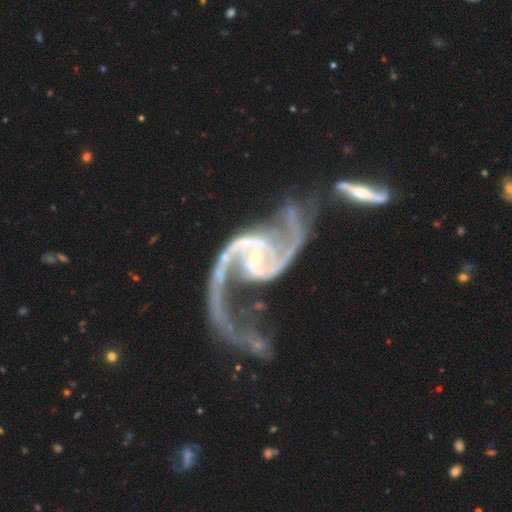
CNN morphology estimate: The model was most divided on "bar" (2-way tie): weak: 38%, no: 38%, strong: 24%. Remaining: edge-on disk — no (98%); spiral arms — yes (98%); smooth or featured — featured or disk (94%); spiral arm count — 2 (93%); bulge size — small (78%); spiral winding — loose (63%); merging — none (35%).